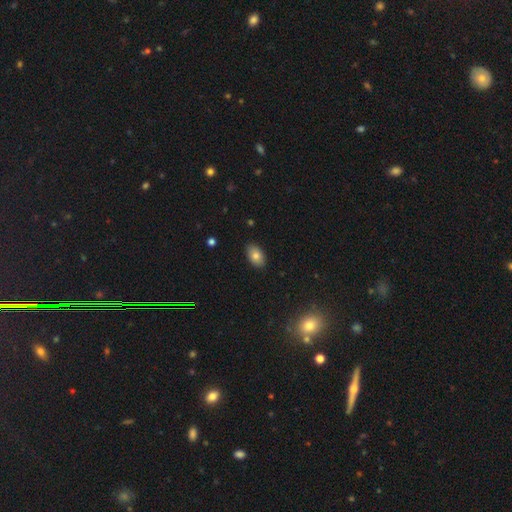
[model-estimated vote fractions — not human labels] smooth 81%, featured or disk 11%, star or artifact 8%. Down the decision tree: how rounded — in between (91%); merging — none (86%).